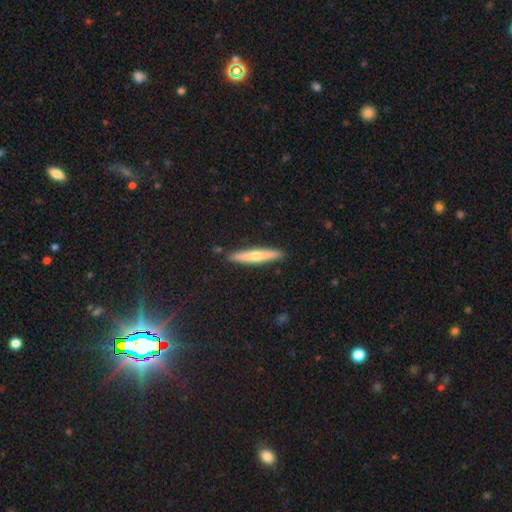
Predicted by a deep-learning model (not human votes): Smooth or featured?
  - smooth: 48% *
  - featured or disk: 46%
  - star or artifact: 6%
Merging?
  - none: 90% *
  - minor disturbance: 7%
  - merger: 1%
  - major disturbance: 1%